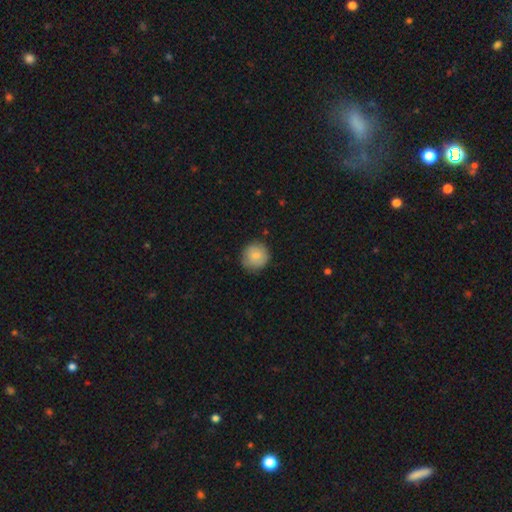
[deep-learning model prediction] Q: Smooth or featured?
A: smooth (79%); runner-up: featured or disk (14%)
Q: How rounded?
A: round (93%); runner-up: in between (6%)
Q: Merging?
A: none (80%); runner-up: minor disturbance (16%)